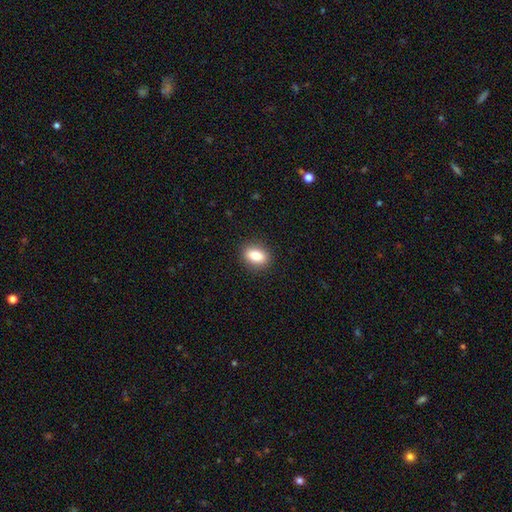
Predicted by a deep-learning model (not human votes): This appears to be a smooth galaxy with no disk features (83%) that is in between round and cigar-shaped (76%). Merging: none (89%).